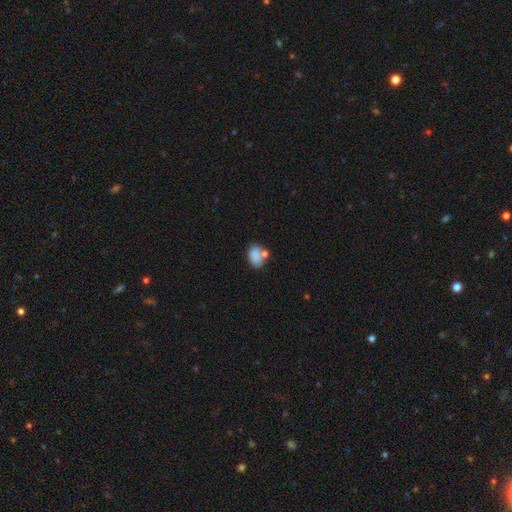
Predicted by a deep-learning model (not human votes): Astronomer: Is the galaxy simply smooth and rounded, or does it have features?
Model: smooth — 83%.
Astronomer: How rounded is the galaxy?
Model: in between — 73%.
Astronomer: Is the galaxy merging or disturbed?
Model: none — 57%.